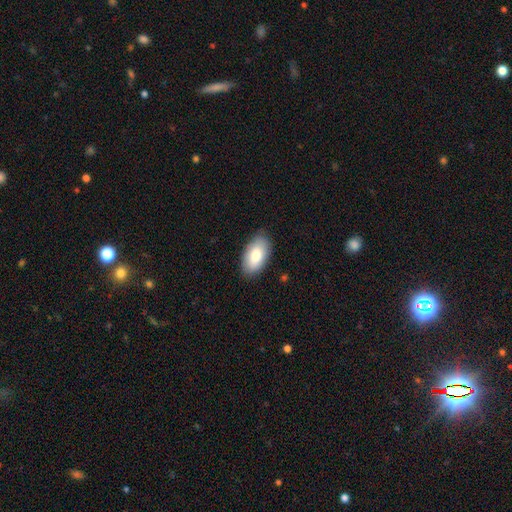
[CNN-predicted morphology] Smooth or featured?
  - smooth: 82% *
  - featured or disk: 12%
  - star or artifact: 6%
How rounded?
  - in between: 95% *
  - round: 3%
  - cigar-shaped: 2%
Merging?
  - none: 84% *
  - minor disturbance: 12%
  - major disturbance: 2%
  - merger: 1%